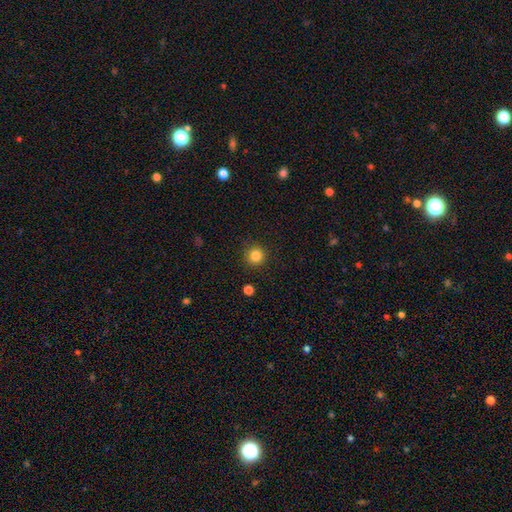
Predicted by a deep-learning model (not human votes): Overall: smooth (84%). How rounded: round (94%). Merging: none (90%).